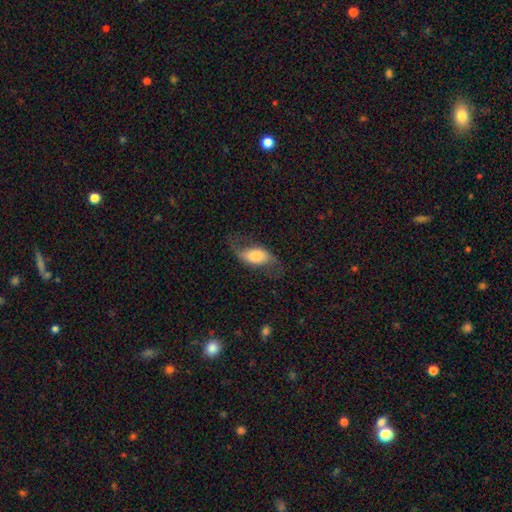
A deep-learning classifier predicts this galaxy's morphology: Overall: featured or disk (50%; smooth 42%). Merging: none (59%; minor disturbance 21%).